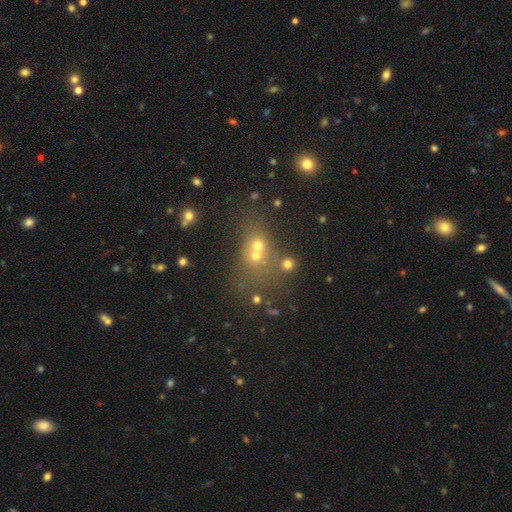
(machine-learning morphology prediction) The model was most divided on "merging": merger: 48%, none: 36%, minor disturbance: 9%, major disturbance: 6%. More confident: how rounded — round (62%); smooth or featured — smooth (57%).